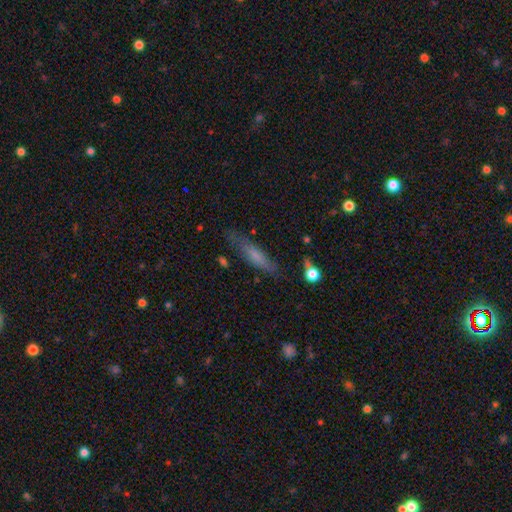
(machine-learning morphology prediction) A smooth galaxy with no disk features (60%) that is cigar-shaped (76%). Merging: none (72%).